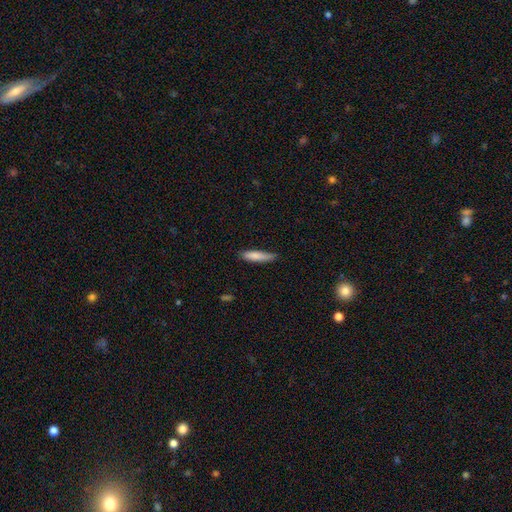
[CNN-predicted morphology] This appears to be a smooth galaxy with no disk features (82%) that is cigar-shaped (79%). Merging: none (74%).